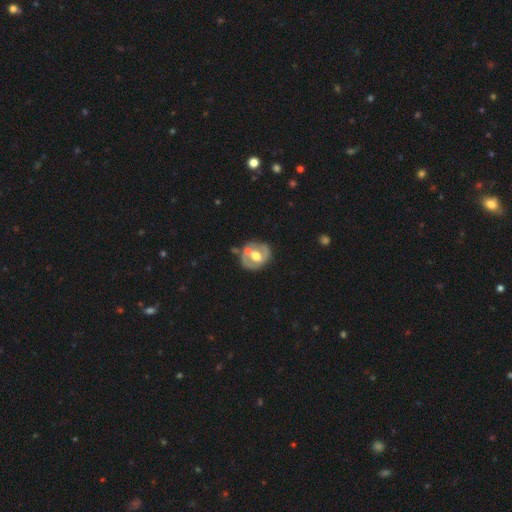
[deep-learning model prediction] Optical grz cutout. It shows a featured or disk galaxy (66%) with no bar (44%), no spiral arms (54%) and a moderate central bulge (65%). Merging: none (65%).